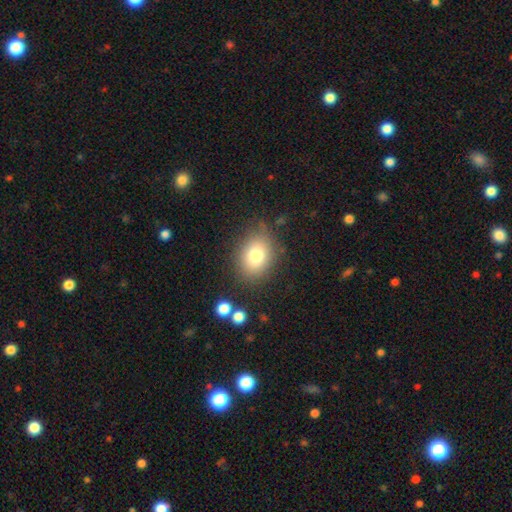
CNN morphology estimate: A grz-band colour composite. It shows a smooth galaxy with no disk features (77%) that is in between round and cigar-shaped (54%). Merging: none (77%).